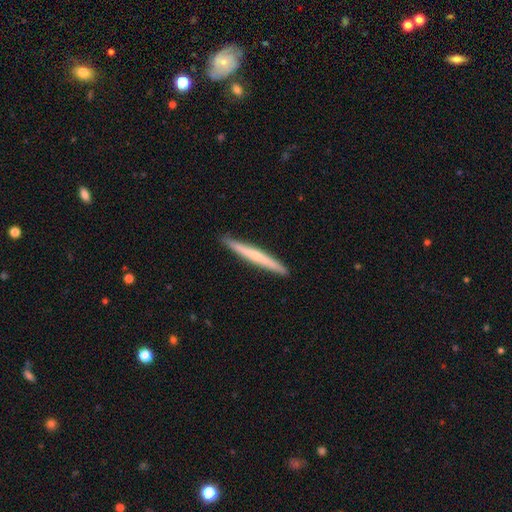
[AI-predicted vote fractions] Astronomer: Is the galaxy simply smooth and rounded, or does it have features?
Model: featured or disk — 49% (runner-up: smooth, 46%).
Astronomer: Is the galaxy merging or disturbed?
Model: none — 92%.